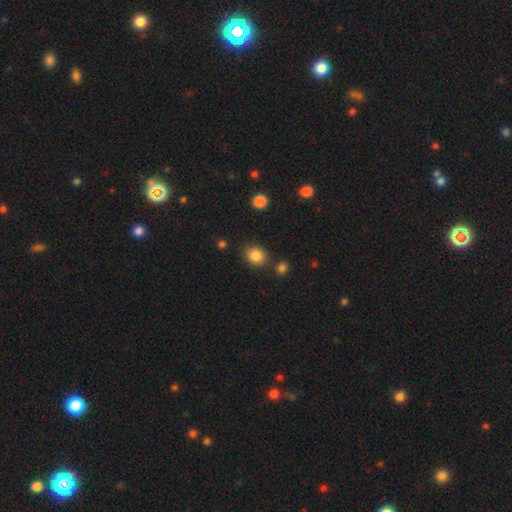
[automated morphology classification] smooth 85%, star or artifact 10%, featured or disk 4%. Down the decision tree: how rounded — round (69%); merging — none (80%).